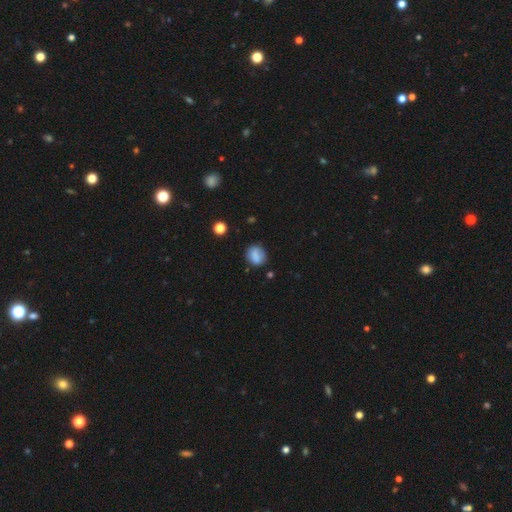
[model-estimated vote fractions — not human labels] This appears to be a smooth galaxy with no disk features (82%) that is round (50%). Merging: none (74%).